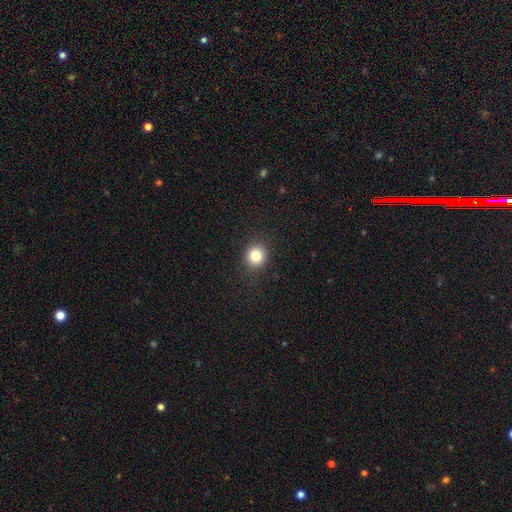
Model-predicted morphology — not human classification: Smooth or featured? Predicted: smooth (p=0.83). How rounded? Predicted: round (p=0.88). Merging? Predicted: none (p=0.90).